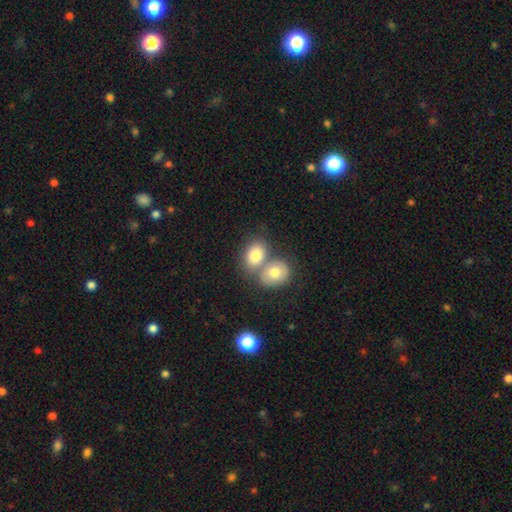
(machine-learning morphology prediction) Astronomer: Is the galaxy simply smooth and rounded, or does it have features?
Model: smooth — 79%.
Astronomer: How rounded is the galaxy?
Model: in between — 67%.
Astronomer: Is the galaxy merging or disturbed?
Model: merger — 53% (runner-up: none, 34%).